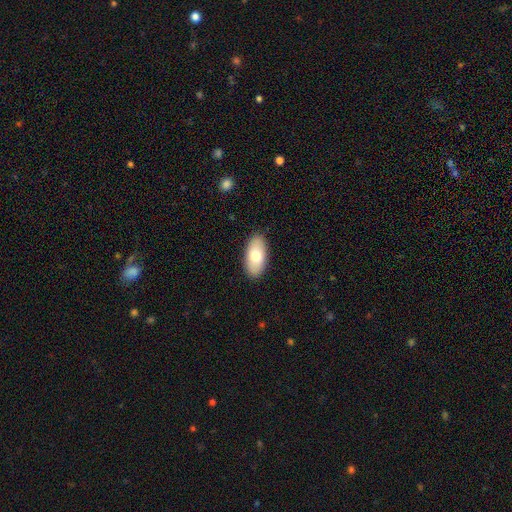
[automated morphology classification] Q: Smooth or featured?
A: smooth (77%); runner-up: featured or disk (17%)
Q: How rounded?
A: in between (93%); runner-up: cigar-shaped (5%)
Q: Merging?
A: none (89%); runner-up: minor disturbance (8%)